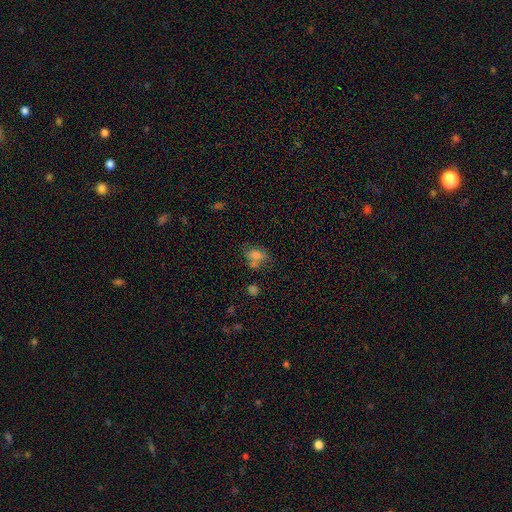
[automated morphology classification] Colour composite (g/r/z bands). It shows a smooth galaxy with no disk features (73%) that is in between round and cigar-shaped (64%). Merging: none (48%).